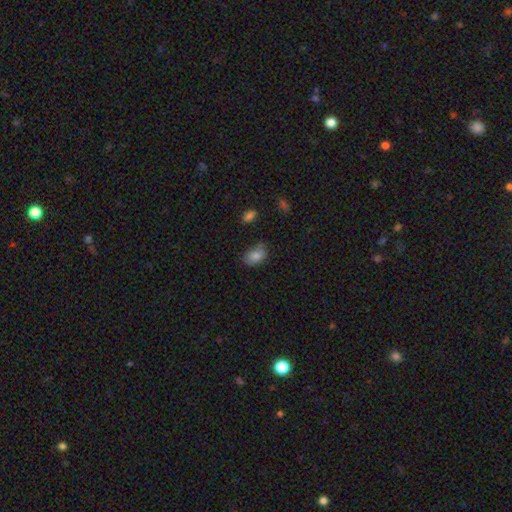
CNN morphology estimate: Overall: smooth (83%). How rounded: in between (86%). Merging: none (66%; minor disturbance 26%).